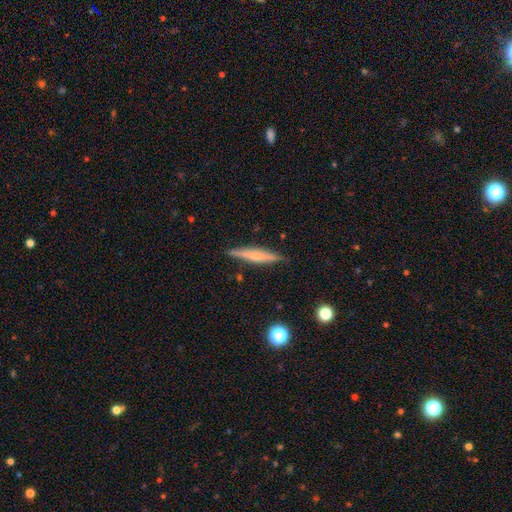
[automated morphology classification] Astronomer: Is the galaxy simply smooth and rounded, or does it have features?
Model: featured or disk — 48% (runner-up: smooth, 45%).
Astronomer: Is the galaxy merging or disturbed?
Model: none — 87%.